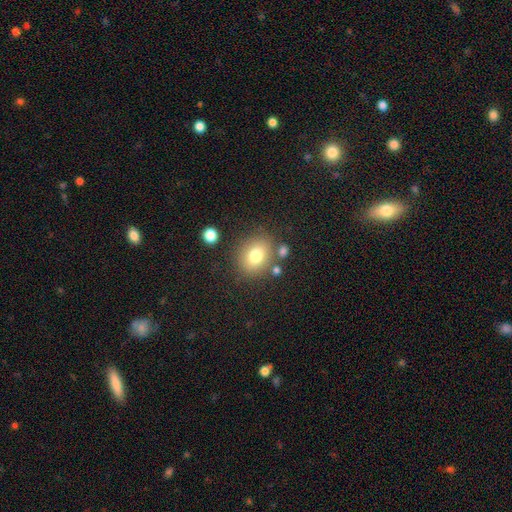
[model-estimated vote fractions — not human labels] Overall: smooth (77%). How rounded: round (60%; in between 39%). Merging: none (76%).